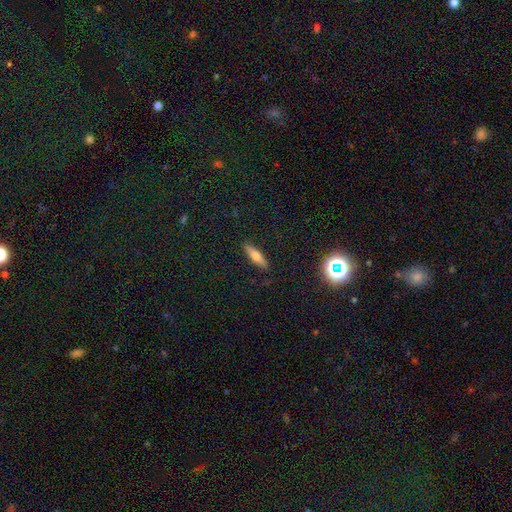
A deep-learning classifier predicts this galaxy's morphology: smooth-or-featured: smooth: 59% | featured or disk: 32% | star or artifact: 9%
  how-rounded: cigar-shaped: 69% | in between: 29% | round: 2%
  merging: none: 87% | minor disturbance: 9% | major disturbance: 2% | merger: 1%